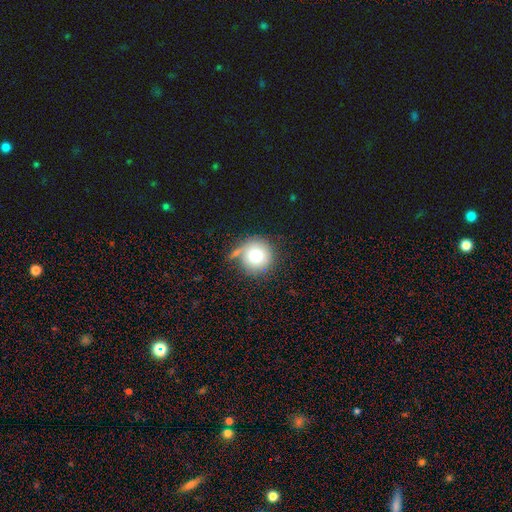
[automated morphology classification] Smooth or featured?
  - smooth: 75% *
  - featured or disk: 14%
  - star or artifact: 11%
How rounded?
  - round: 94% *
  - in between: 5%
  - cigar-shaped: 1%
Merging?
  - none: 65% *
  - minor disturbance: 18%
  - major disturbance: 9%
  - merger: 8%